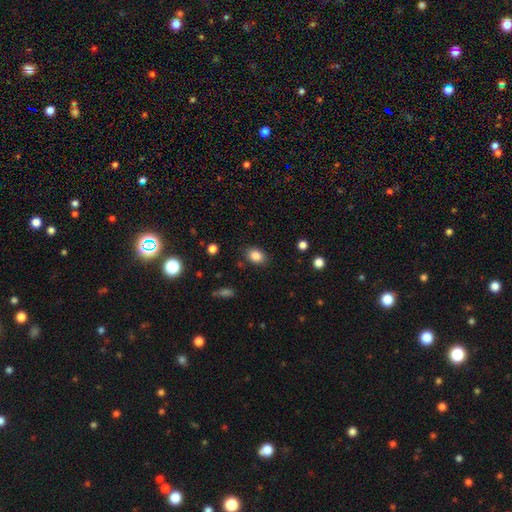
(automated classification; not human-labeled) Smooth or featured? smooth (85%)
How rounded? in between (70%)
Merging? none (84%)